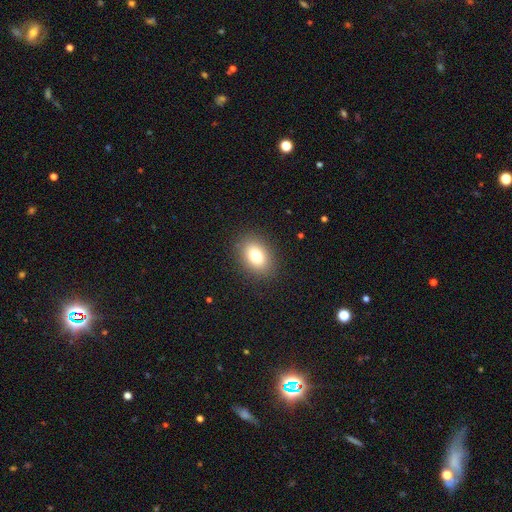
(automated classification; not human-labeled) smooth_or_featured: smooth (p=0.78) [alt: featured or disk p=0.11]
how_rounded: in between (p=0.75) [alt: round p=0.24]
merging: none (p=0.88) [alt: minor disturbance p=0.08]